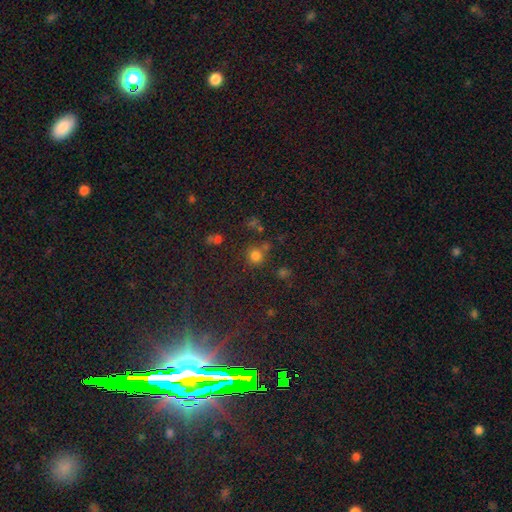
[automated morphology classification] smooth 74%, star or artifact 20%, featured or disk 6%. Down the decision tree: how rounded — round (90%); merging — none (70%).